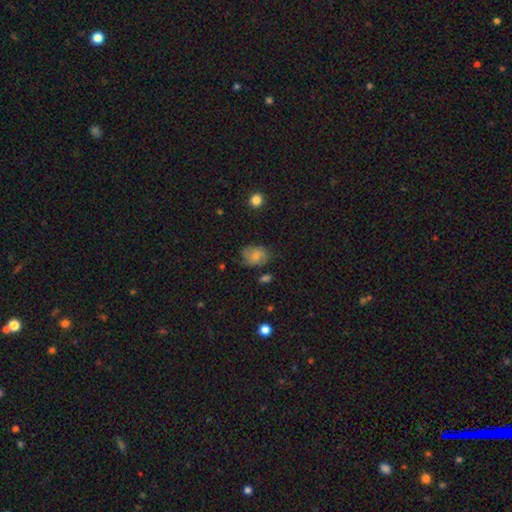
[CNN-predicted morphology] This is likely a smooth galaxy (63%). How rounded: possibly in between (58%). Merging: likely none (65%).